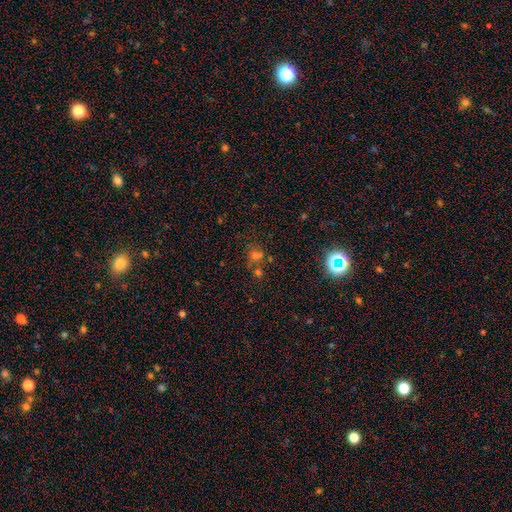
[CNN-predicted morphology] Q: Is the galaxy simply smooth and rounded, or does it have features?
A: star or artifact — 48%.